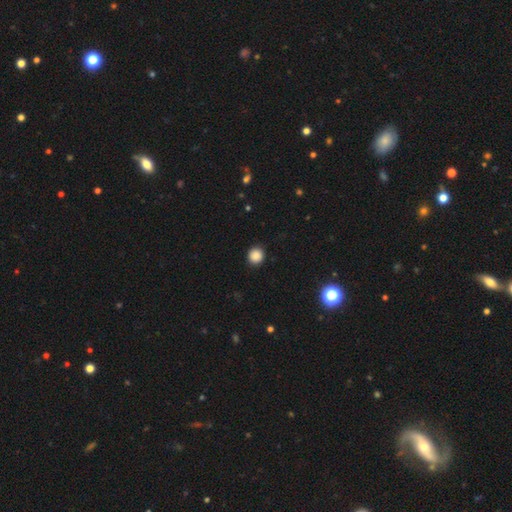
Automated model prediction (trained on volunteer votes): Smooth or featured: smooth — 87% (star or artifact — 10%)
How rounded: round — 93% (in between — 6%)
Merging: none — 91% (minor disturbance — 6%)